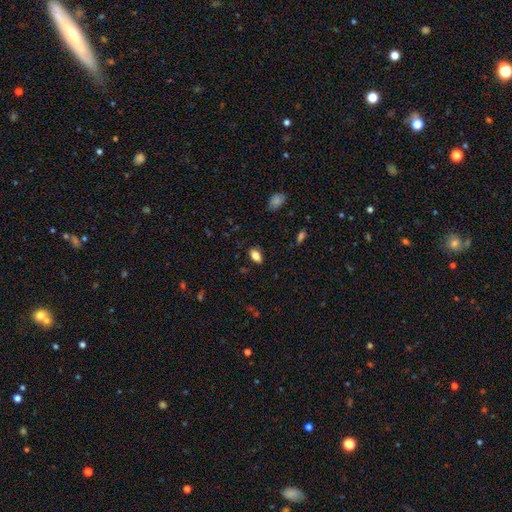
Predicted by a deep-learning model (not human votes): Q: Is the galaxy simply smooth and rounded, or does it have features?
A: smooth — 82%.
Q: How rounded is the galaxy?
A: in between — 89%.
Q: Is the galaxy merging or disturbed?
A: none — 85%.